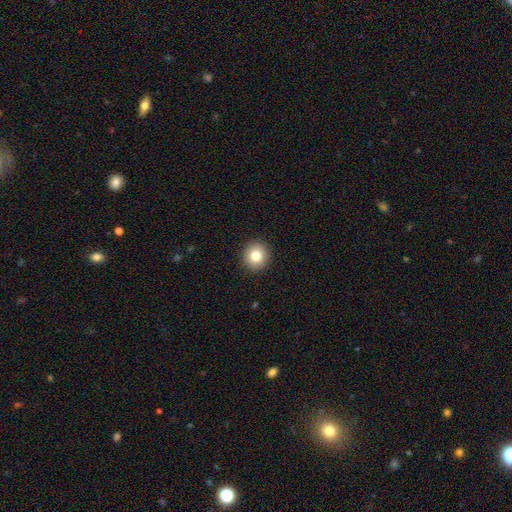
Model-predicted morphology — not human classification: A smooth galaxy with no disk features (82%) that is round (91%). Merging: none (92%).